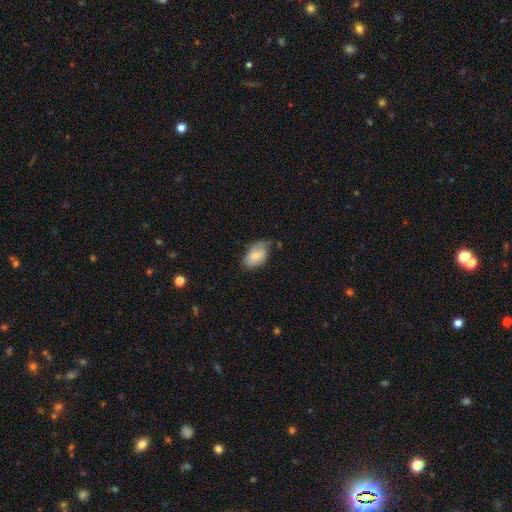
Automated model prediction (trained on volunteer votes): The model was most divided on "merging": none: 54%, minor disturbance: 35%, major disturbance: 9%, merger: 2%. More confident: how rounded — in between (91%); smooth or featured — smooth (71%).